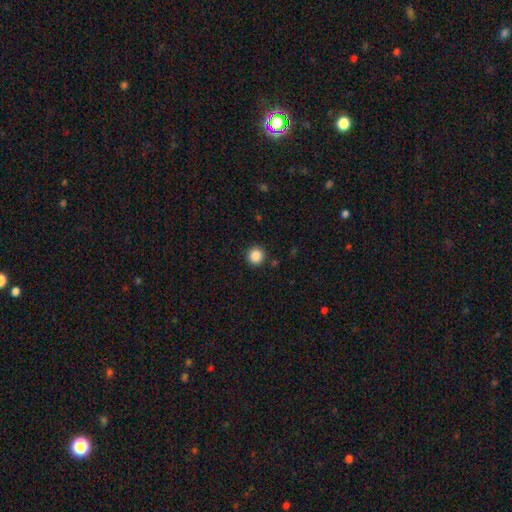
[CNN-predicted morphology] Smooth or featured? Predicted: smooth (p=0.87). How rounded? Predicted: round (p=0.95). Merging? Predicted: none (p=0.91).